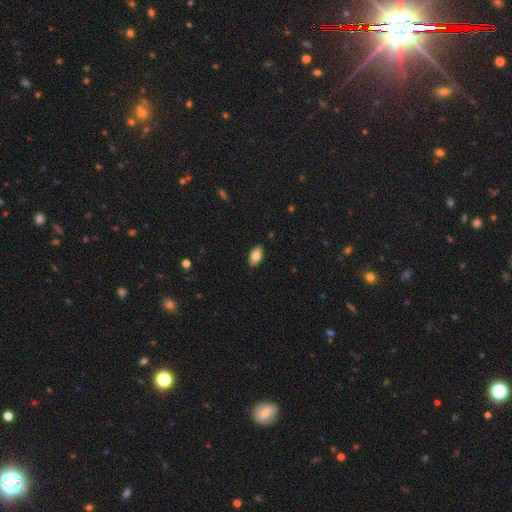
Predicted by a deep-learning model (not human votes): Smooth or featured?
  - smooth: 81% *
  - featured or disk: 12%
  - star or artifact: 7%
How rounded?
  - in between: 93% *
  - round: 4%
  - cigar-shaped: 3%
Merging?
  - none: 88% *
  - minor disturbance: 9%
  - major disturbance: 2%
  - merger: 1%